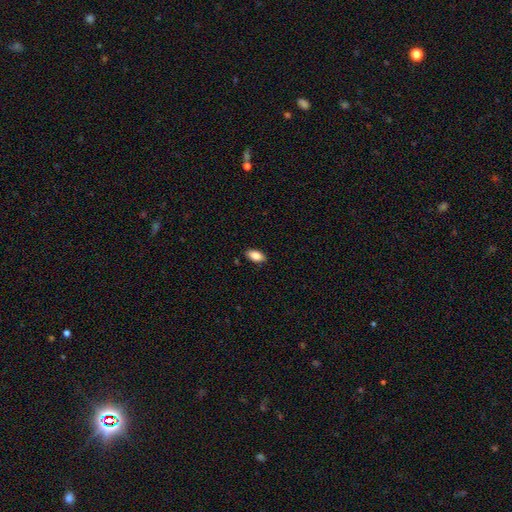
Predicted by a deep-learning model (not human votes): Morphology: type=smooth (86%); roundness=in between (92%); merging=none (87%).